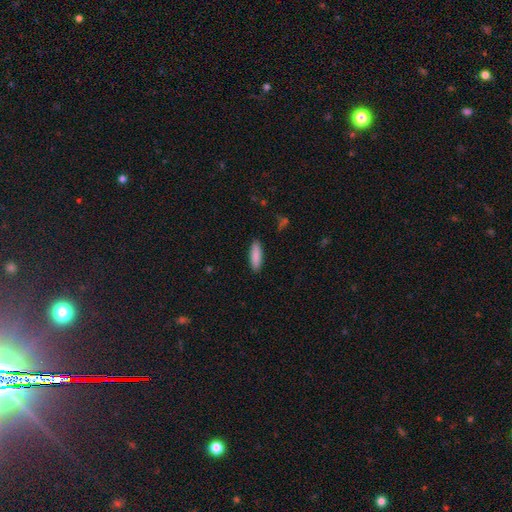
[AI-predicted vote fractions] A smooth galaxy with no disk features (88%) that is cigar-shaped (54%). Merging: none (89%).